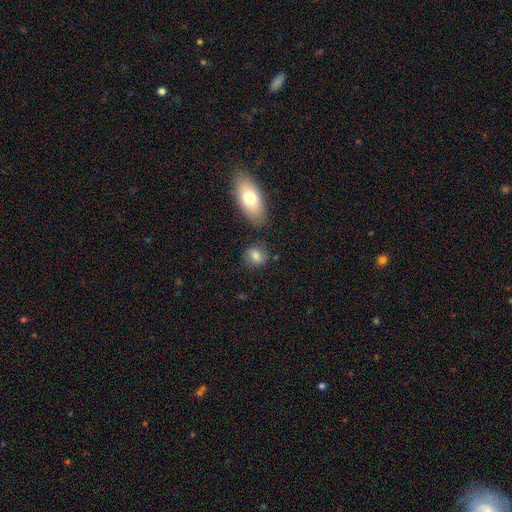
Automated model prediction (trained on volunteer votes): Morphology: type=smooth (75%); roundness=round (51%); merging=none (74%).